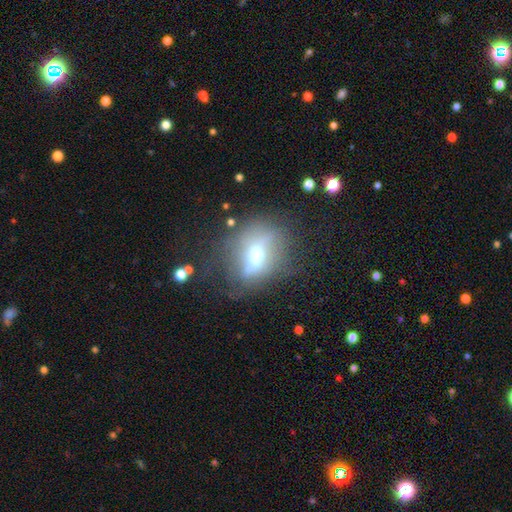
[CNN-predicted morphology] Smooth or featured? featured or disk (49%)
Merging? none (45%)